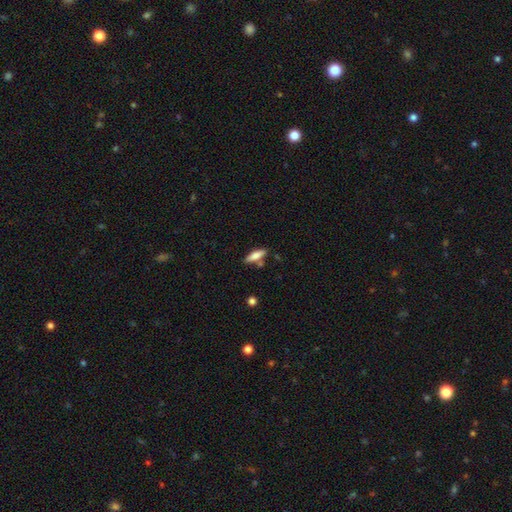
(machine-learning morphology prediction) This appears to be a smooth galaxy with no disk features (72%) that is cigar-shaped (54%). Merging: none (74%).